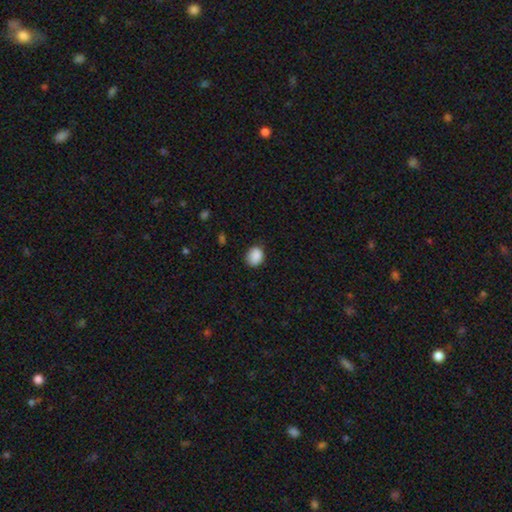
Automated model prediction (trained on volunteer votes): A smooth galaxy with no disk features (89%) that is round (53%). Merging: none (82%).